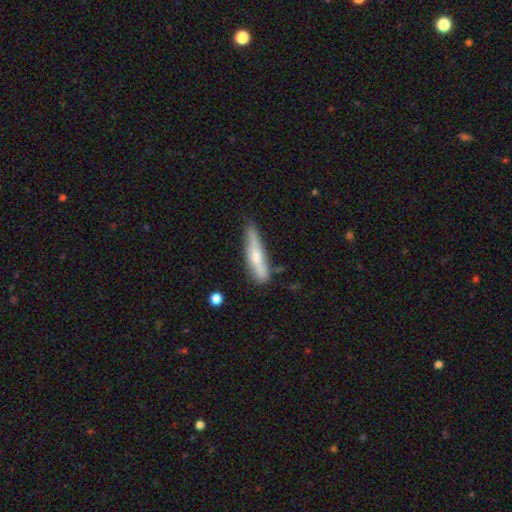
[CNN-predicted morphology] A smooth galaxy with no disk features (54%) that is cigar-shaped (82%).

Vote fractions:
- Smooth or featured? smooth: 54% / featured or disk: 40% / star or artifact: 6%
- How rounded? cigar-shaped: 82% / in between: 17% / round: 2%
- Merging? none: 58% / minor disturbance: 30% / major disturbance: 7% / merger: 5%